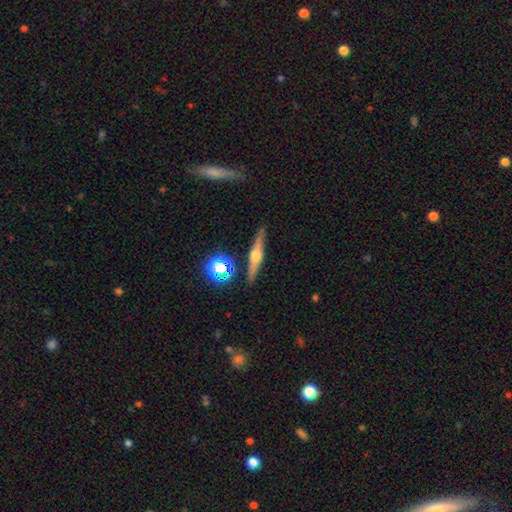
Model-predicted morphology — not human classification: Overall: featured or disk (68%). Edge-on disk: yes (96%). Edge-on bulge: rounded (93%). Merging: none (88%).